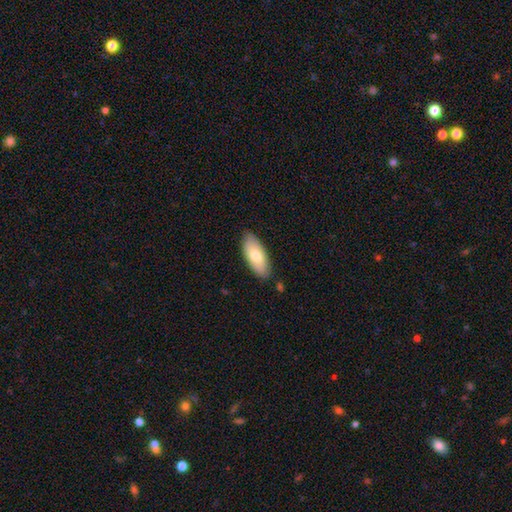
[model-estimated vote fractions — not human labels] Morphology: type=smooth (74%); roundness=in between (85%); merging=none (84%).